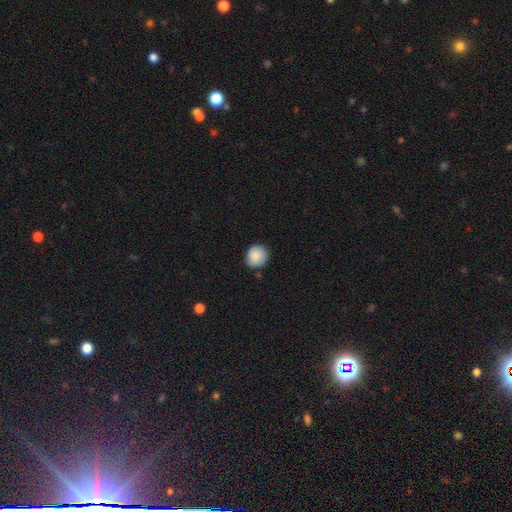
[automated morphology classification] A smooth galaxy with no disk features (85%) that is round (83%). Merging: none (81%).